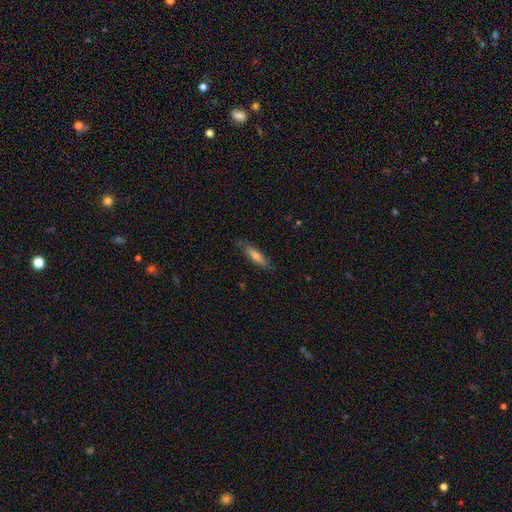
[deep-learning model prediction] The model was most divided on "smooth or featured": smooth: 55%, featured or disk: 38%, star or artifact: 8%. More confident: merging — none (78%); how rounded — cigar-shaped (73%).